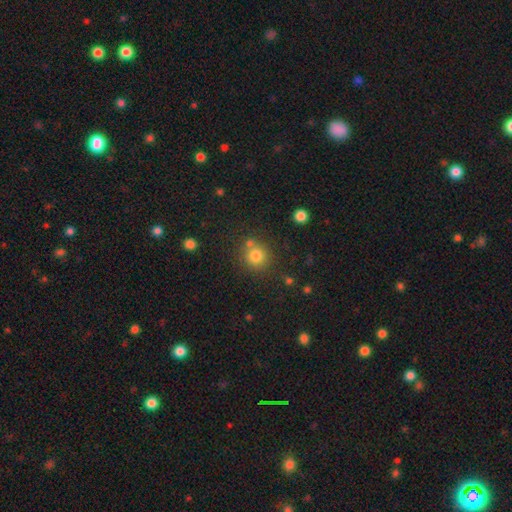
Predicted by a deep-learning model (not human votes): Overall: smooth (78%). How rounded: round (91%). Merging: none (70%).